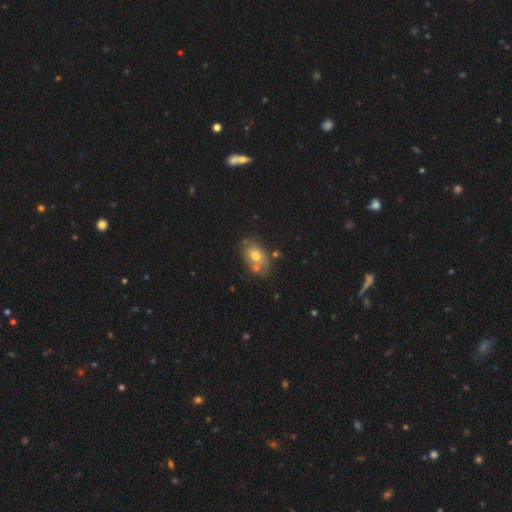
Smooth or featured? smooth (68%)
How rounded? in between (85%)
Merging? none (58%)